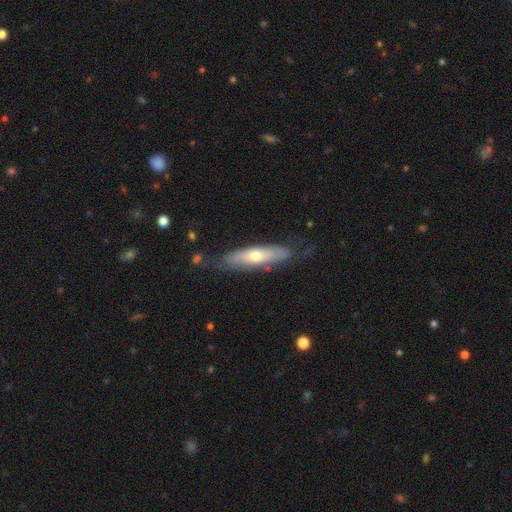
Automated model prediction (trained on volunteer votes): Smooth or featured? featured or disk (51%)
Edge-on disk? yes (54%)
Merging? none (71%)